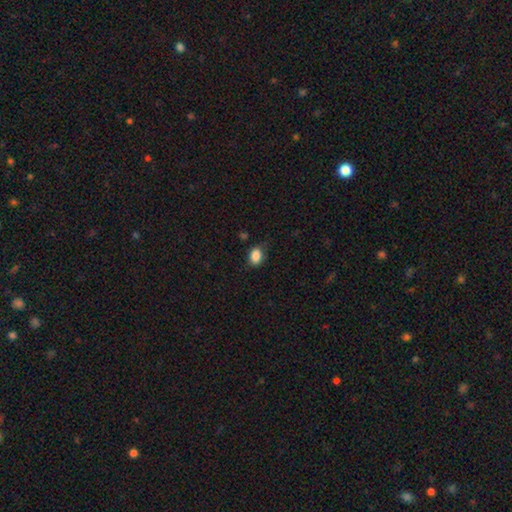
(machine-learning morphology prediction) Overall: smooth (87%). How rounded: in between (74%). Merging: none (75%).